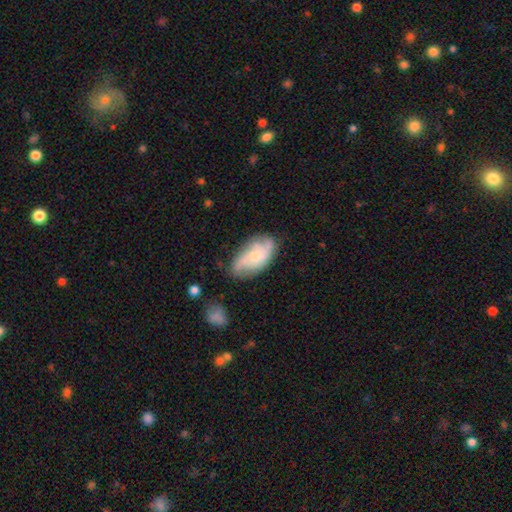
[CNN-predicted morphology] This appears to be a featured or disk galaxy (66%) with no bar (71%), 2 (44%) medium (45%) spiral arms (90%) and a small central bulge (56%). Merging: none (67%).